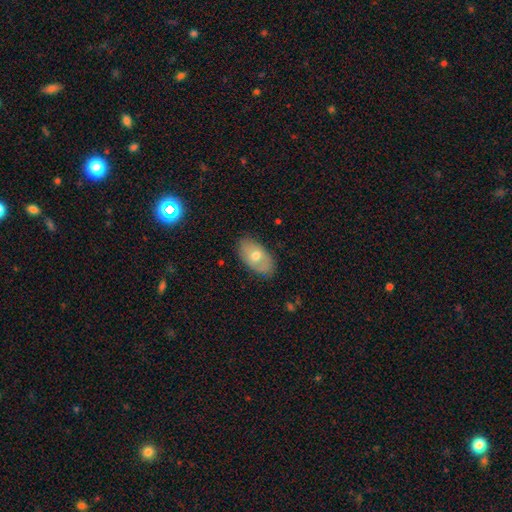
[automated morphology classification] A smooth galaxy with no disk features (63%) that is in between round and cigar-shaped (93%).

Vote fractions:
- Smooth or featured? smooth: 63% / featured or disk: 29% / star or artifact: 7%
- How rounded? in between: 93% / round: 5% / cigar-shaped: 2%
- Merging? none: 81% / minor disturbance: 15% / major disturbance: 3% / merger: 1%